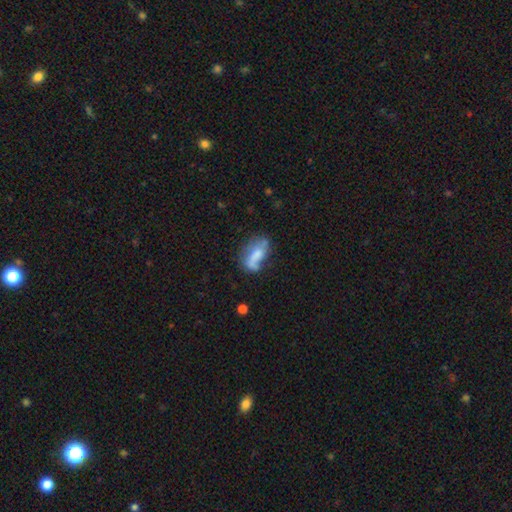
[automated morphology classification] This is possibly a smooth galaxy (53%). How rounded: clearly in between (86%). Merging: marginally none (37%).